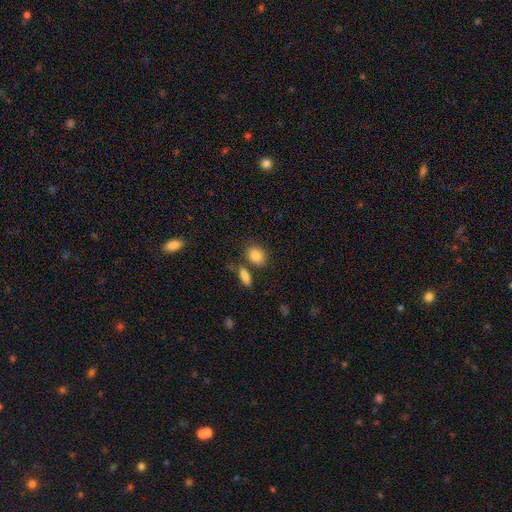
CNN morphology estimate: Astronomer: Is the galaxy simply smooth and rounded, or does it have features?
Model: smooth — 85%.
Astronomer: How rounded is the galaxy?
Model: in between — 63%.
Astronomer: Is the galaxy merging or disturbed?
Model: none — 69%.